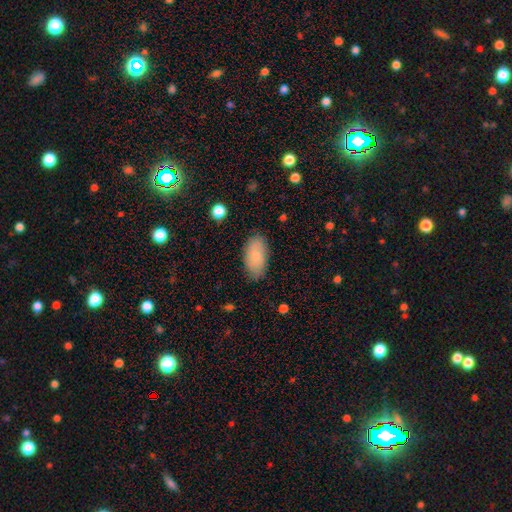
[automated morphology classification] Smooth or featured? Predicted: smooth (p=0.83). How rounded? Predicted: in between (p=0.94). Merging? Predicted: none (p=0.84).